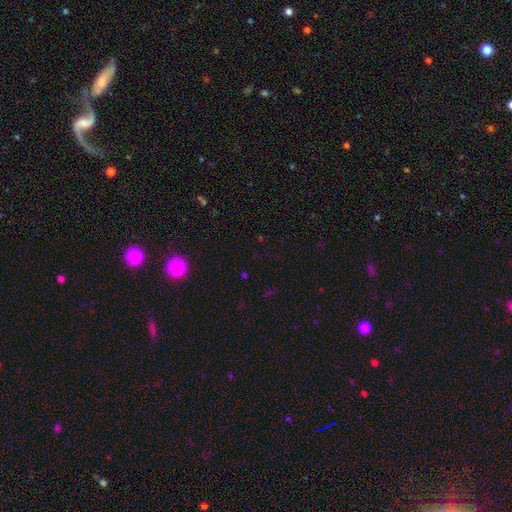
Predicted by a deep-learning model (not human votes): This appears to be a star or artifact, not a galaxy (65%).